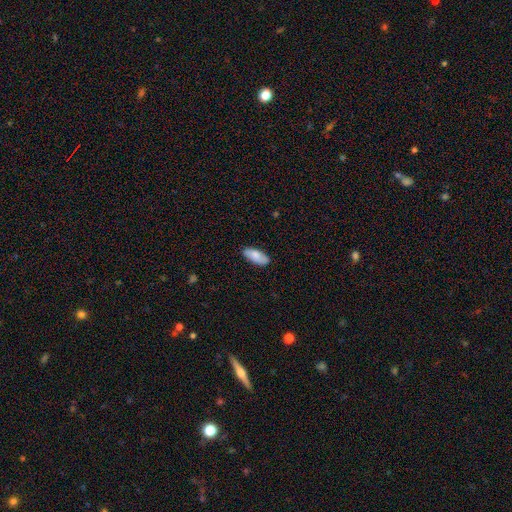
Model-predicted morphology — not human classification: The model was most divided on "smooth or featured": smooth: 81%, featured or disk: 14%, star or artifact: 6%. More confident: merging — none (85%); how rounded — in between (84%).